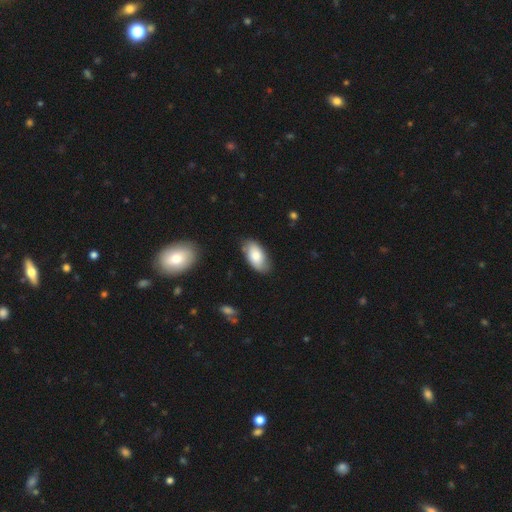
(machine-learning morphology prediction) This appears to be a smooth galaxy with no disk features (78%) that is in between round and cigar-shaped (94%). Merging: none (79%).